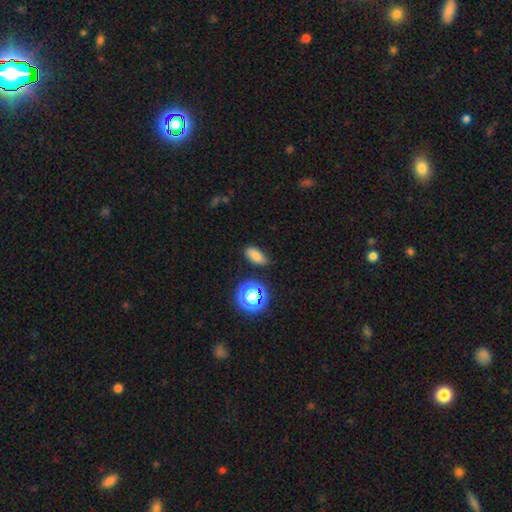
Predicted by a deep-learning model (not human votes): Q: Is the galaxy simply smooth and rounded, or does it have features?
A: smooth — 75%.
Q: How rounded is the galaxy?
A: in between — 81%.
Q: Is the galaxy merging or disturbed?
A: none — 81%.